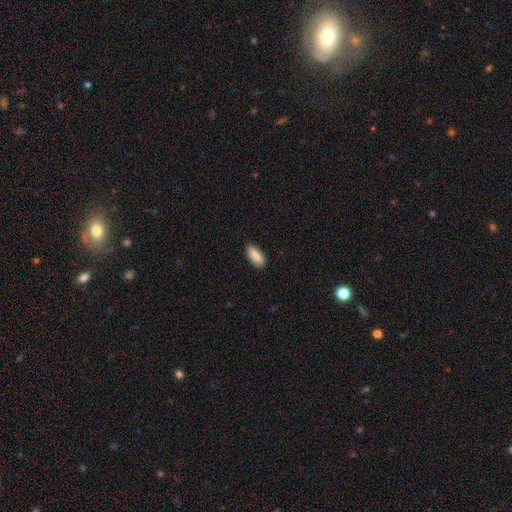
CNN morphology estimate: type=smooth (87%); roundness=in between (78%); merging=none (86%).